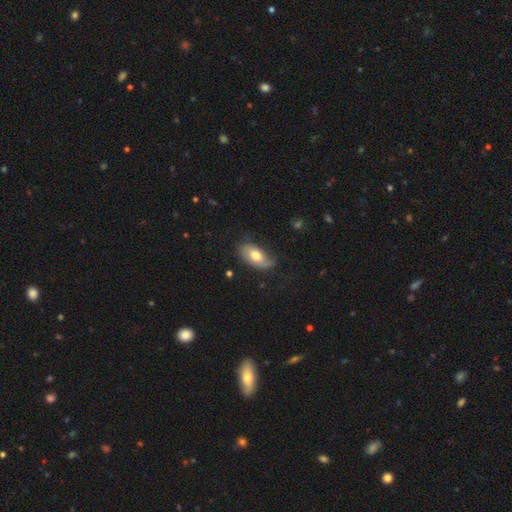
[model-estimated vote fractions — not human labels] Morphology: type=smooth (67%); roundness=in between (92%); merging=none (62%).